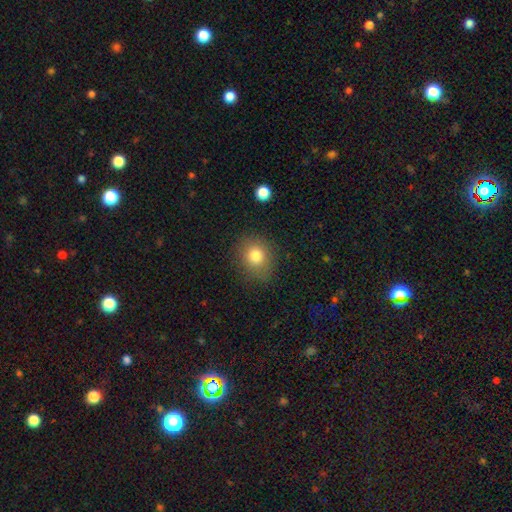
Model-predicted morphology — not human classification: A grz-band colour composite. It shows a smooth galaxy with no disk features (81%) that is round (67%). Merging: none (83%).